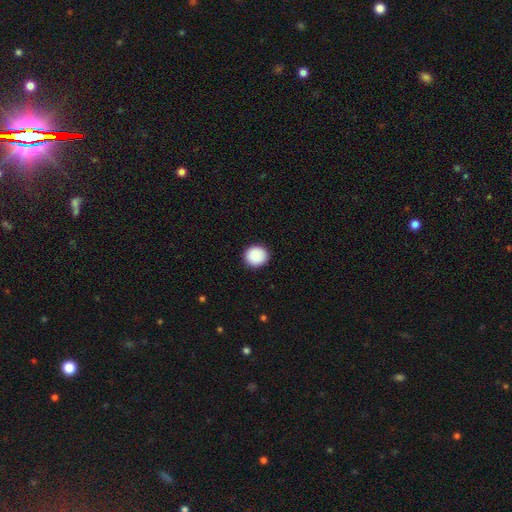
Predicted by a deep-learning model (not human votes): A smooth galaxy with no disk features (89%) that is round (89%). Merging: none (92%).